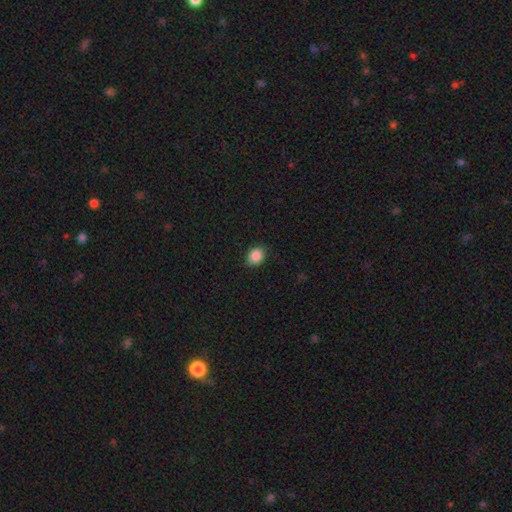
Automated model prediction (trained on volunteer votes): A smooth galaxy with no disk features (87%) that is round (58%). Merging: none (86%).